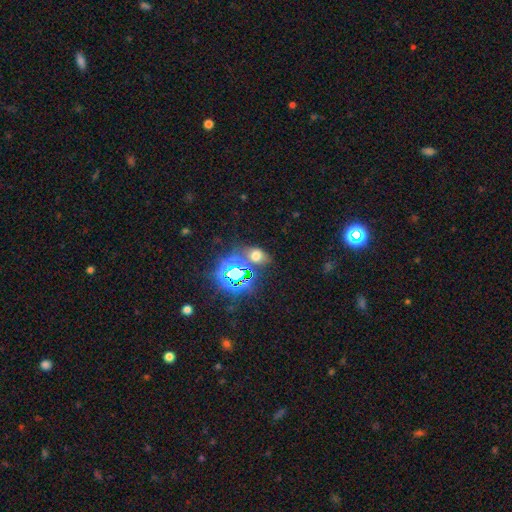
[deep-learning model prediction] Q: Smooth or featured?
A: smooth (48%); runner-up: star or artifact (42%)
Q: Merging?
A: none (68%); runner-up: minor disturbance (14%)